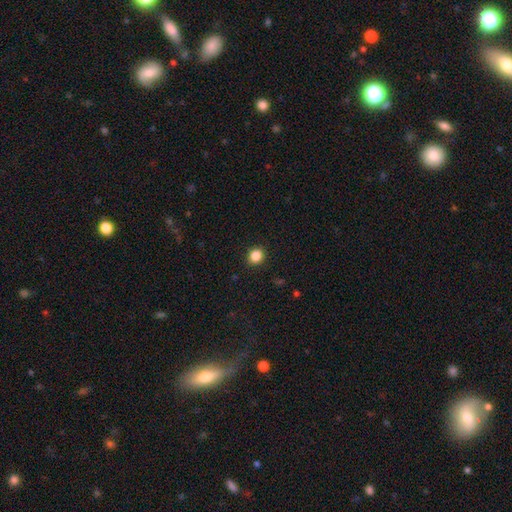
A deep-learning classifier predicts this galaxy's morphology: The model was most divided on "how rounded": round: 77%, in between: 22%, cigar-shaped: 1%. More confident: merging — none (92%); smooth or featured — smooth (86%).